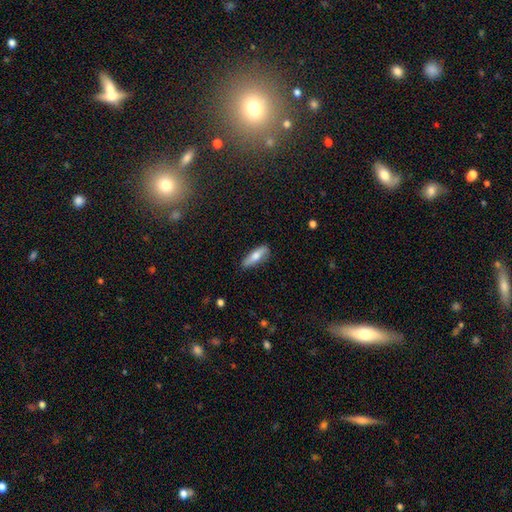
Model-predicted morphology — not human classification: type=smooth (67%); roundness=cigar-shaped (52%); merging=none (82%).